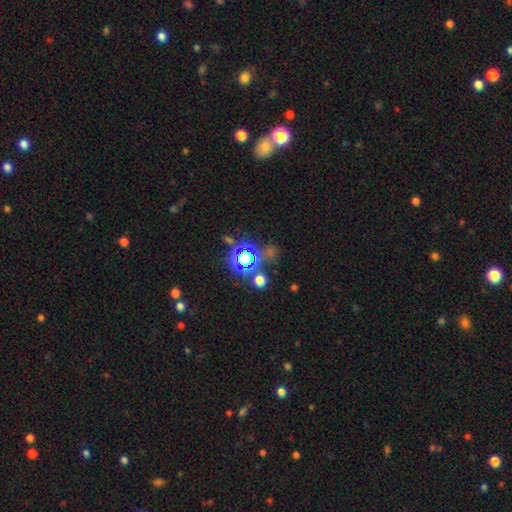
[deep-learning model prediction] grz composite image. It shows a star or artifact, not a galaxy (65%).